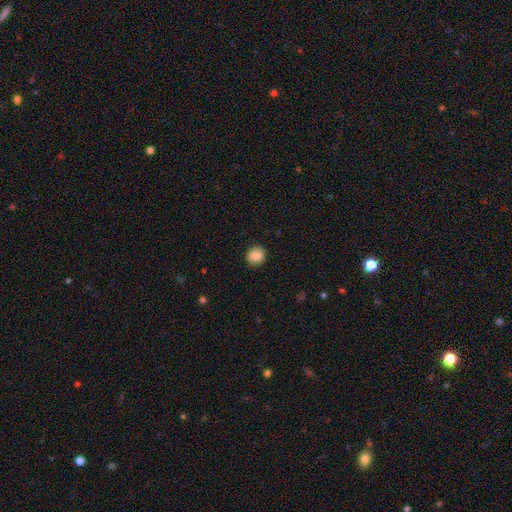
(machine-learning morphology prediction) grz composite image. It shows a smooth galaxy with no disk features (85%) that is round (85%). Merging: none (88%).